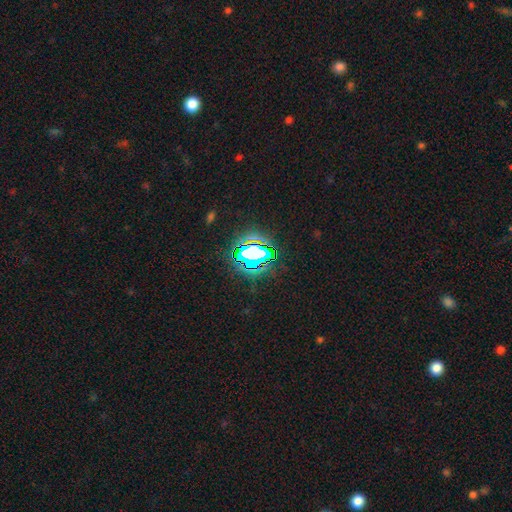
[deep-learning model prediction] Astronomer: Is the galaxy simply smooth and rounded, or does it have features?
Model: star or artifact — 66%.